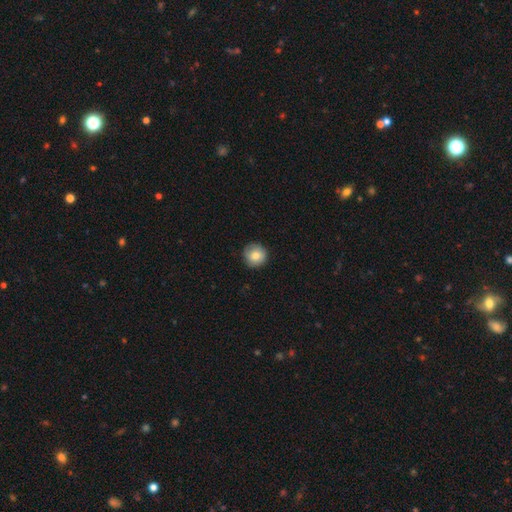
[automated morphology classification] Overall: smooth (81%). How rounded: round (94%). Merging: none (86%).